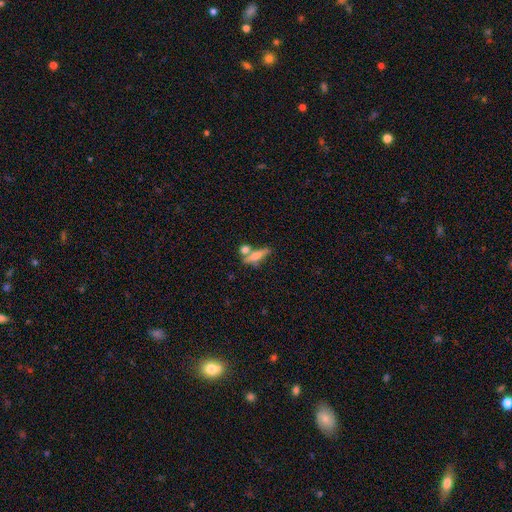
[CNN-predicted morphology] A smooth galaxy with no disk features (55%) that is cigar-shaped (68%). Merging: none (53%).